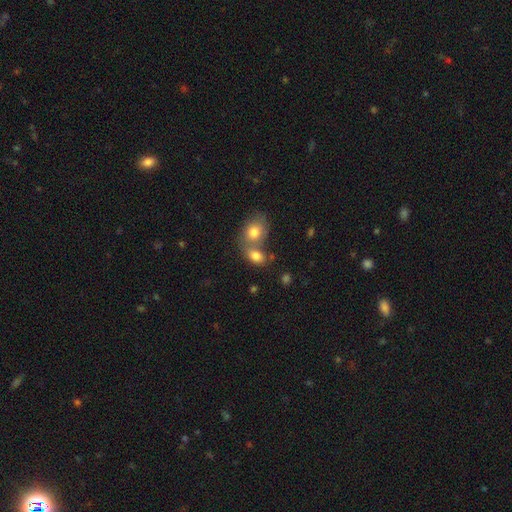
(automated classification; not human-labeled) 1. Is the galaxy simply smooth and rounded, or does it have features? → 80% smooth, 11% featured or disk, 9% star or artifact.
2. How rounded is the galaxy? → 76% in between, 22% round, 2% cigar-shaped.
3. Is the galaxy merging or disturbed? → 55% merger, 32% none, 9% minor disturbance, 4% major disturbance.